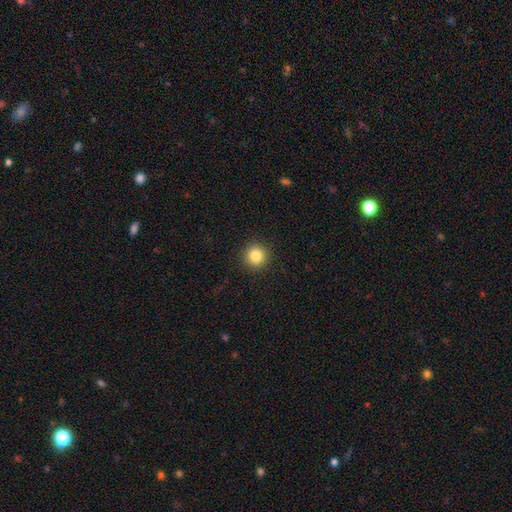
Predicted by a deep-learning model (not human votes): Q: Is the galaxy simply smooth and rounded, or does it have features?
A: smooth — 85%.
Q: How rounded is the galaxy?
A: round — 94%.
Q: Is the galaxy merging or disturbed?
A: none — 92%.